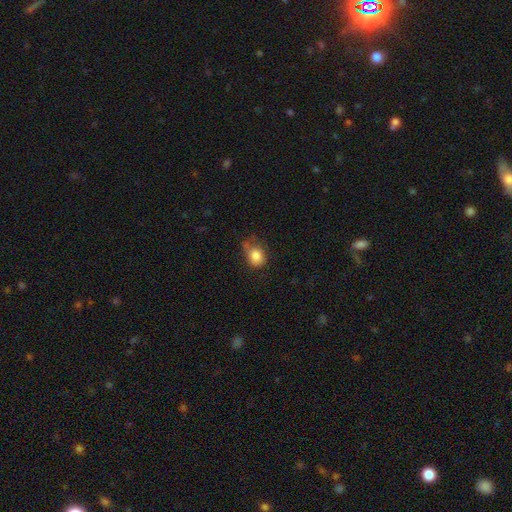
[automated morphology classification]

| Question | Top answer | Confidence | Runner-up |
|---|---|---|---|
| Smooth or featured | smooth | 82% | star or artifact (9%) |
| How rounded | round | 52% | in between (47%) |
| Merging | none | 43% | minor disturbance (36%) |